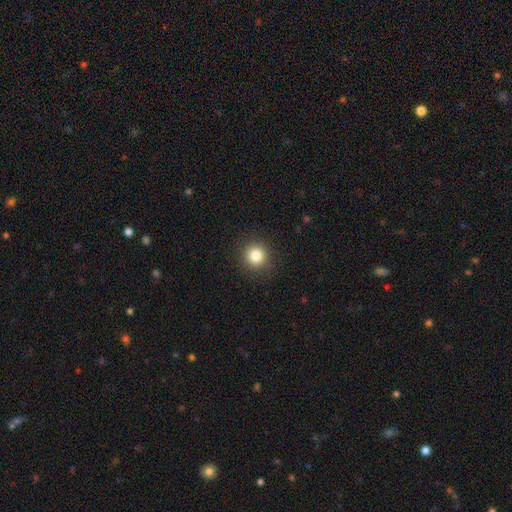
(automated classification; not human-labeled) A smooth galaxy with no disk features (83%) that is round (92%).

Vote fractions:
- Smooth or featured? smooth: 83% / star or artifact: 12% / featured or disk: 6%
- How rounded? round: 92% / in between: 7% / cigar-shaped: 1%
- Merging? none: 91% / minor disturbance: 6% / major disturbance: 2% / merger: 1%